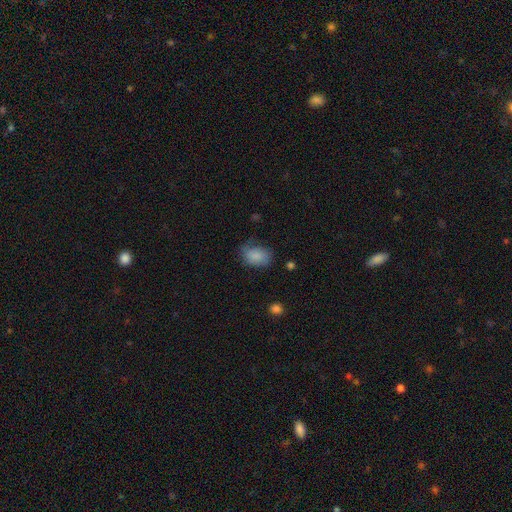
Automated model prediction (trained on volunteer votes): A smooth galaxy with no disk features (84%) that is in between round and cigar-shaped (80%).

Vote fractions:
- Smooth or featured? smooth: 84% / star or artifact: 8% / featured or disk: 8%
- How rounded? in between: 80% / round: 18% / cigar-shaped: 1%
- Merging? none: 62% / minor disturbance: 27% / major disturbance: 9% / merger: 2%